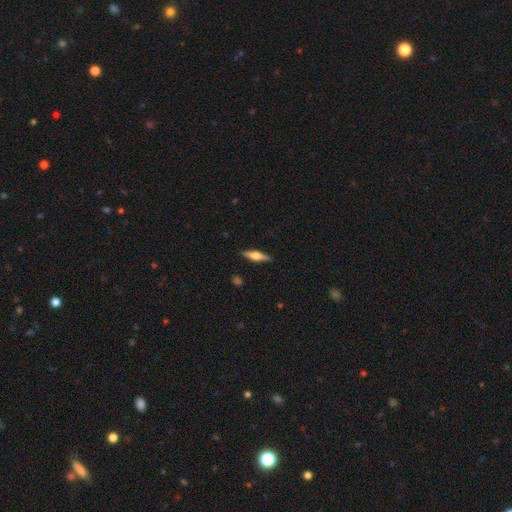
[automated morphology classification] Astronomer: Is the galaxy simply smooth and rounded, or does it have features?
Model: featured or disk — 58% (runner-up: smooth, 36%).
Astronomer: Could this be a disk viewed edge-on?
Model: yes — 96%.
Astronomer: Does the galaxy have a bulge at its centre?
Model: rounded — 89%.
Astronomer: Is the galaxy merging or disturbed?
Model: none — 89%.